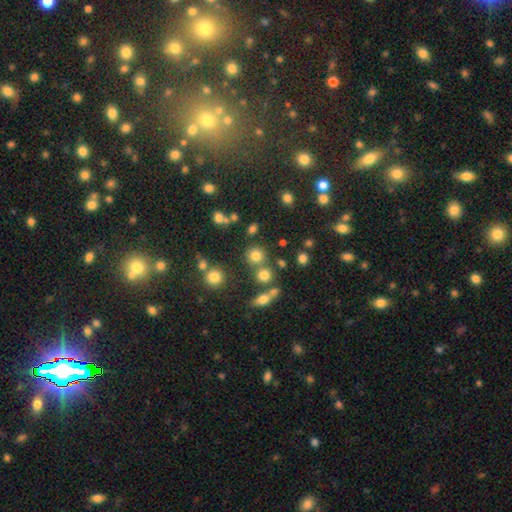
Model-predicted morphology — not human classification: Q: Smooth or featured?
A: smooth (74%); runner-up: star or artifact (17%)
Q: How rounded?
A: round (91%); runner-up: in between (8%)
Q: Merging?
A: none (72%); runner-up: merger (15%)